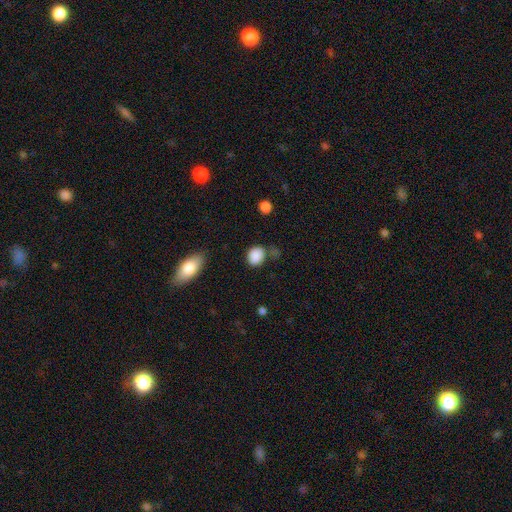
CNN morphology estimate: Smooth or featured?
  - smooth: 87% *
  - star or artifact: 9%
  - featured or disk: 4%
How rounded?
  - round: 56% *
  - in between: 42%
  - cigar-shaped: 1%
Merging?
  - none: 68% *
  - minor disturbance: 19%
  - merger: 7%
  - major disturbance: 6%